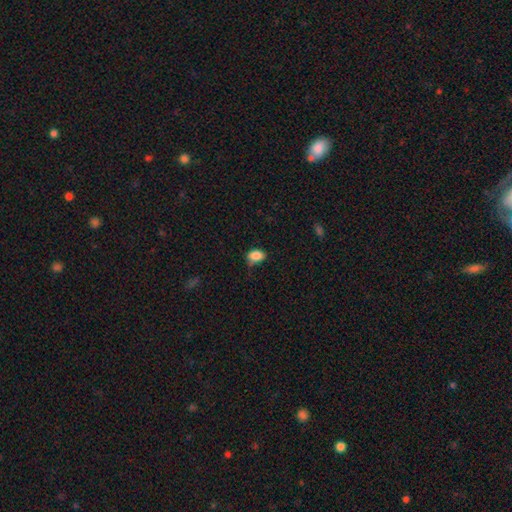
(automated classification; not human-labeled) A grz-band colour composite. It shows a smooth galaxy with no disk features (86%) that is in between round and cigar-shaped (81%). Merging: none (52%).